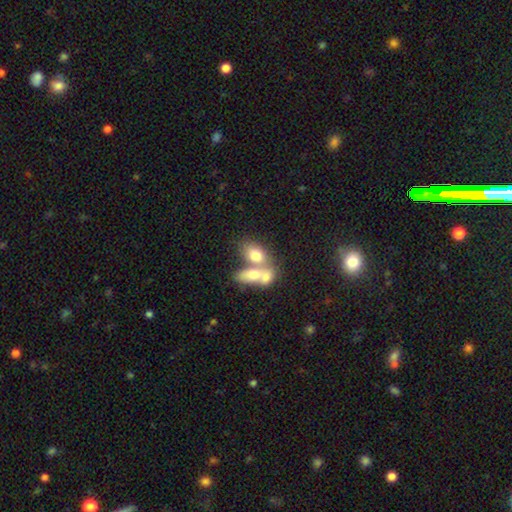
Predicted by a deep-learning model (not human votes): This is likely a smooth galaxy (70%). How rounded: clearly in between (83%). Merging: likely merger (65%).